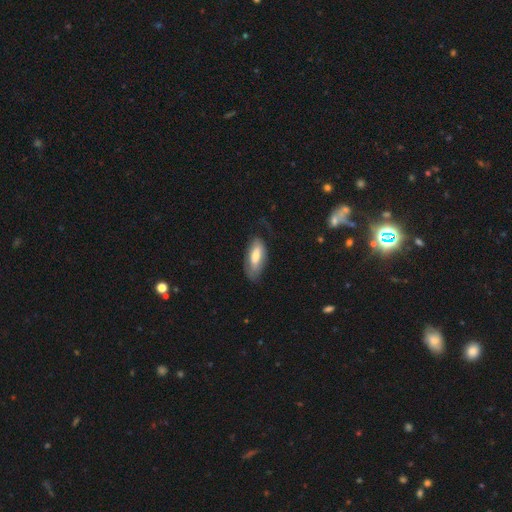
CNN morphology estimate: This appears to be a smooth galaxy with no disk features (61%) that is in between round and cigar-shaped (82%). Merging: none (59%).